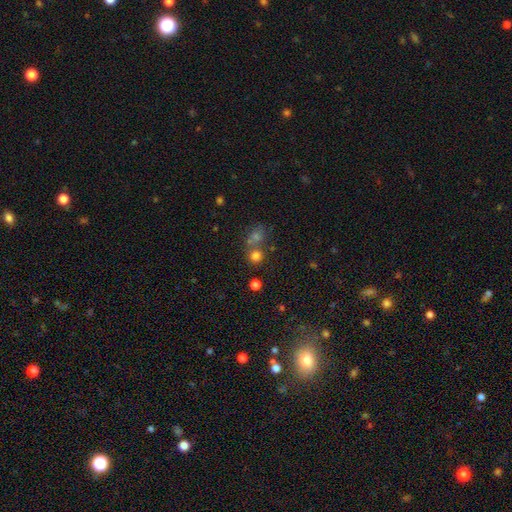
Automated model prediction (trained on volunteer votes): smooth 72%, star or artifact 19%, featured or disk 9%. Down the decision tree: how rounded — round (85%); merging — none (54%).